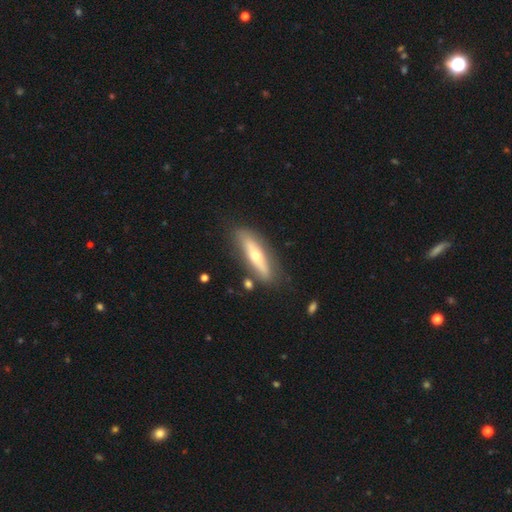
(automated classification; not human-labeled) Q: Smooth or featured?
A: featured or disk (54%); runner-up: smooth (40%)
Q: Edge-on disk?
A: yes (75%); runner-up: no (25%)
Q: Merging?
A: none (80%); runner-up: minor disturbance (13%)